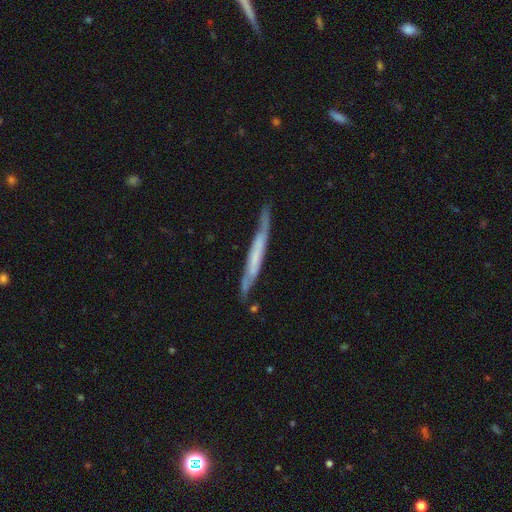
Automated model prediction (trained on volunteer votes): Morphology: type=featured or disk (64%); edge-on=yes (84%); edge-on bulge=none (78%); merging=none (75%).